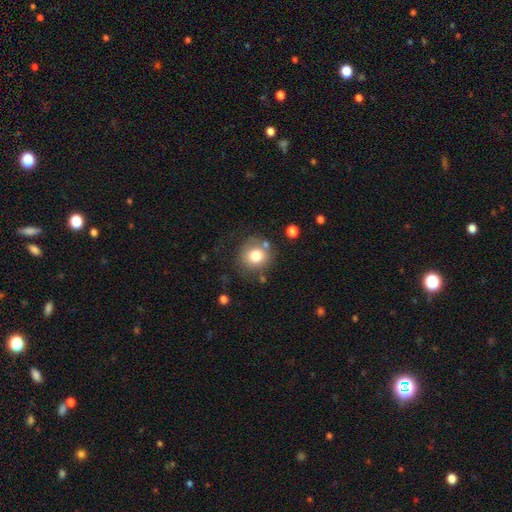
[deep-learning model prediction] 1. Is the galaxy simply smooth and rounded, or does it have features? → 77% smooth, 12% featured or disk, 11% star or artifact.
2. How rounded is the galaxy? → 89% round, 10% in between, 1% cigar-shaped.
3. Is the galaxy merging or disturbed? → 75% none, 13% minor disturbance, 6% merger, 6% major disturbance.